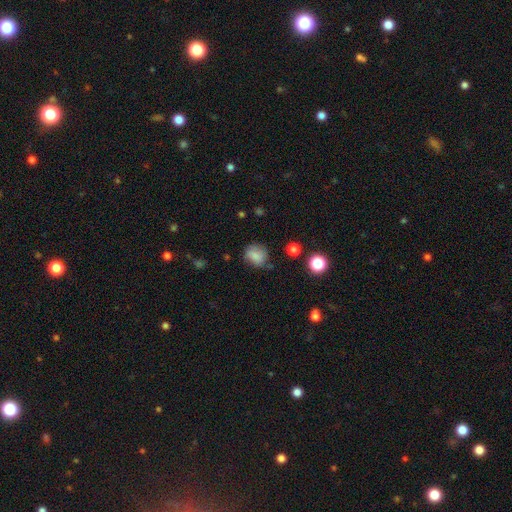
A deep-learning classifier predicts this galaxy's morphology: type=smooth (79%); roundness=round (72%); merging=none (68%).